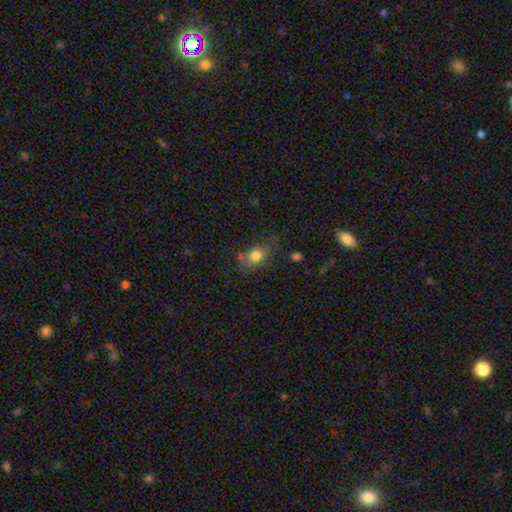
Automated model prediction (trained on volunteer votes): smooth_or_featured: smooth (p=0.76) [alt: featured or disk p=0.14]
how_rounded: in between (p=0.63) [alt: round p=0.33]
merging: none (p=0.56) [alt: minor disturbance p=0.26]